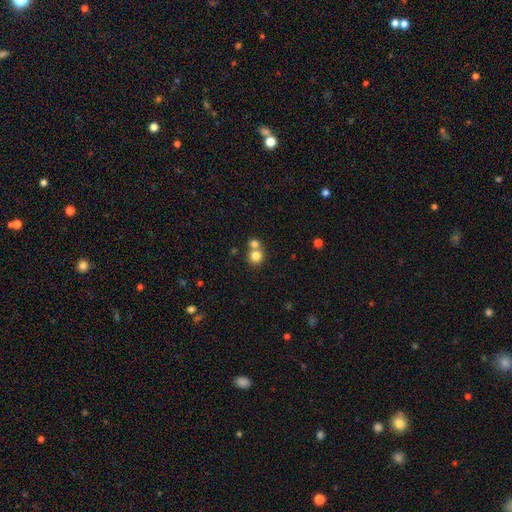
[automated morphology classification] This appears to be a smooth galaxy with no disk features (80%) that is round (88%). Merging: none (47%).